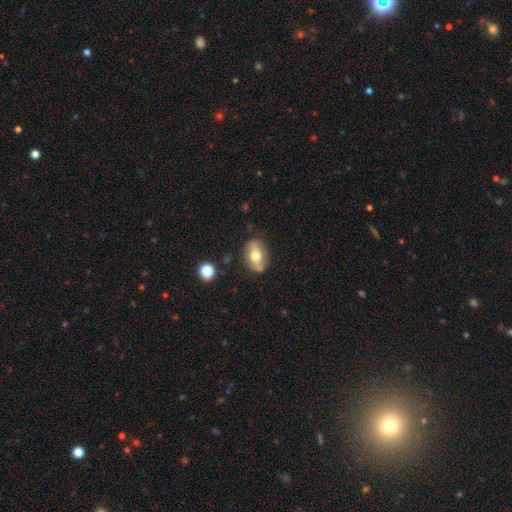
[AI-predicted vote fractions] This is possibly a smooth galaxy (53%). How rounded: likely in between (77%). Merging: clearly none (80%).